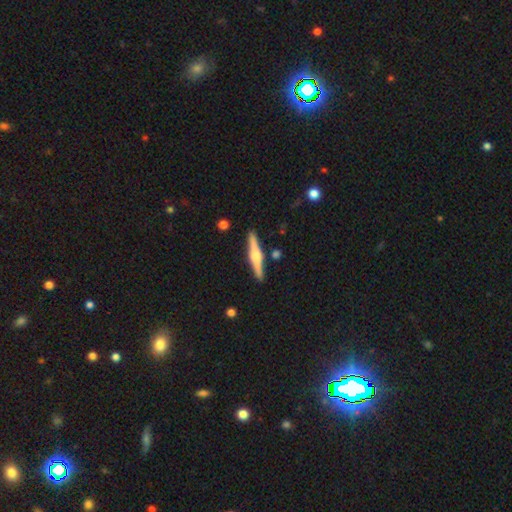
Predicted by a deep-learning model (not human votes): smooth-or-featured: featured or disk: 70% | smooth: 25% | star or artifact: 6%
  disk-edge-on: yes: 98% | no: 2%
    edge-on-bulge: rounded: 86% | boxy: 10% | none: 4%
  merging: none: 89% | minor disturbance: 7% | merger: 2% | major disturbance: 2%